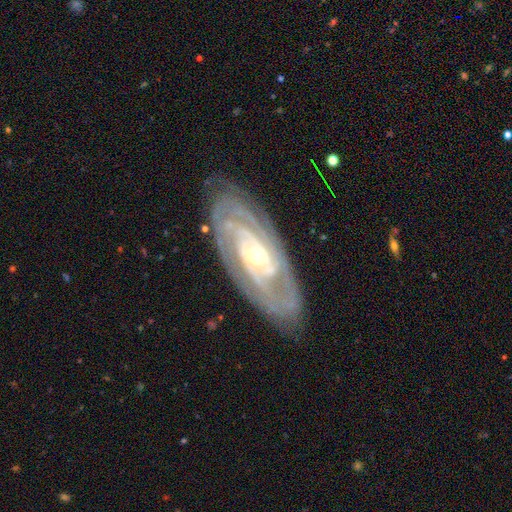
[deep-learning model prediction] smooth_or_featured: featured or disk (p=0.88) [alt: smooth p=0.07]
disk_edge_on: no (p=0.91) [alt: yes p=0.09]
bar: no (p=0.49) [alt: weak p=0.33]
has_spiral_arms: yes (p=0.96) [alt: no p=0.04]
spiral_winding: tight (p=0.75) [alt: medium p=0.21]
spiral_arm_count: can't tell (p=0.33) [alt: 2 p=0.23]
bulge_size: moderate (p=0.51) [alt: small p=0.43]
merging: none (p=0.81) [alt: minor disturbance p=0.14]